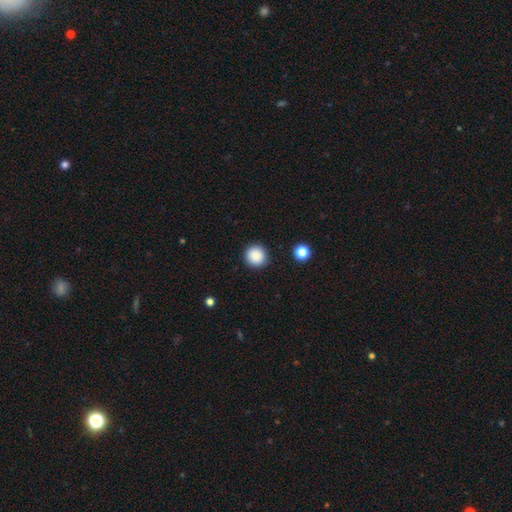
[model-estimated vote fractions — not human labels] A smooth galaxy with no disk features (88%) that is round (95%).

Vote fractions:
- Smooth or featured? smooth: 88% / star or artifact: 9% / featured or disk: 3%
- How rounded? round: 95% / in between: 4% / cigar-shaped: 1%
- Merging? none: 91% / minor disturbance: 6% / major disturbance: 2% / merger: 1%